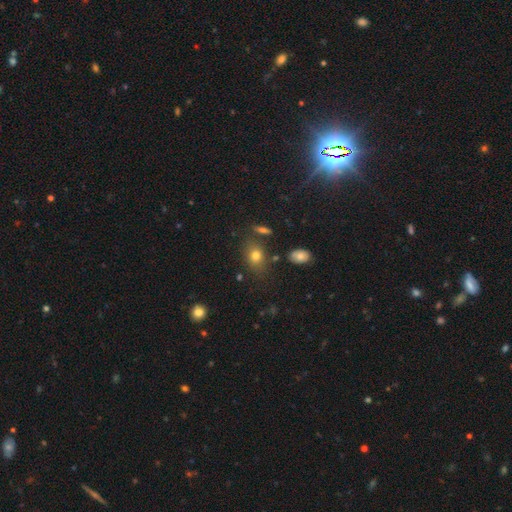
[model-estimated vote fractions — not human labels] This is likely a smooth galaxy (76%). How rounded: likely in between (62%). Merging: likely none (76%).